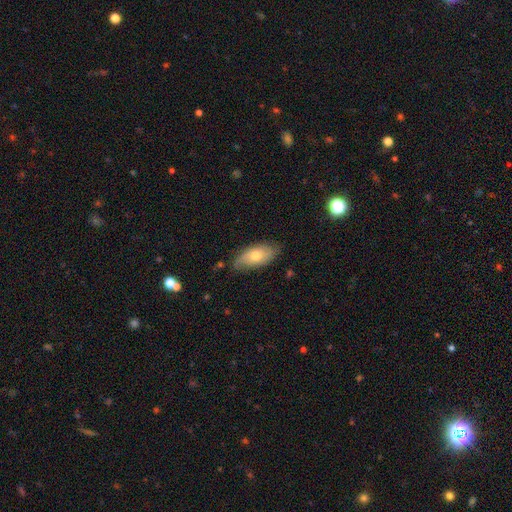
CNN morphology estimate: A smooth galaxy with no disk features (61%) that is in between round and cigar-shaped (90%).

Vote fractions:
- Smooth or featured? smooth: 61% / featured or disk: 33% / star or artifact: 6%
- How rounded? in between: 90% / cigar-shaped: 6% / round: 3%
- Merging? none: 69% / minor disturbance: 25% / major disturbance: 5% / merger: 2%